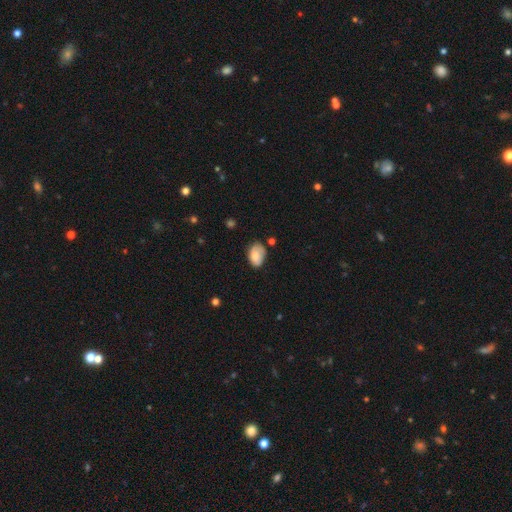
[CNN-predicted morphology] smooth 79%, featured or disk 13%, star or artifact 7%. Down the decision tree: how rounded — in between (85%); merging — none (60%).